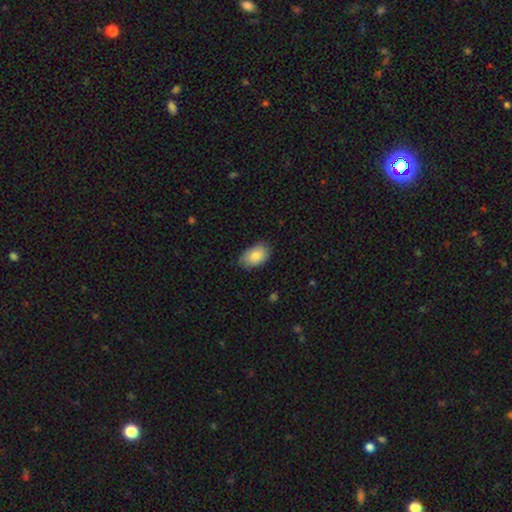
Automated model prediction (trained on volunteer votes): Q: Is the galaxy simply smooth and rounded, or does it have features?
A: smooth — 86%.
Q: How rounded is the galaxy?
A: in between — 91%.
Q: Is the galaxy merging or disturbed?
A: none — 79%.